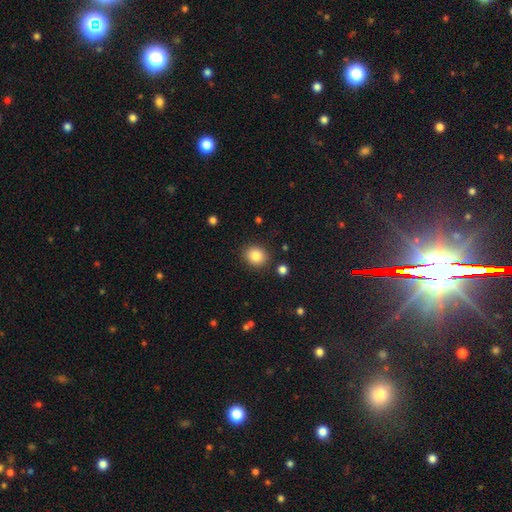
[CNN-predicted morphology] Smooth or featured: smooth — 85% (star or artifact — 9%)
How rounded: round — 65% (in between — 34%)
Merging: none — 86% (minor disturbance — 9%)